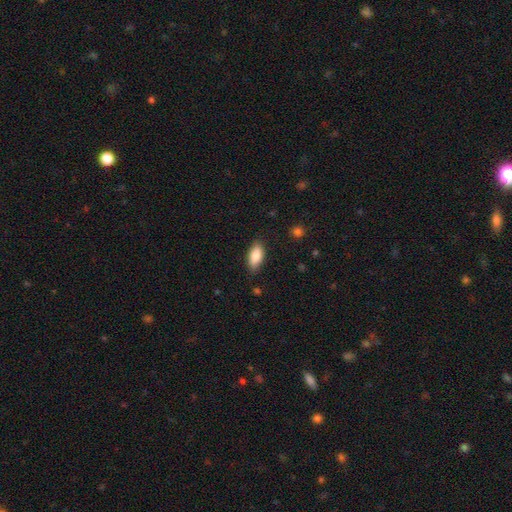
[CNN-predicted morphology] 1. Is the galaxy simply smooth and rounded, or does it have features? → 84% smooth, 10% featured or disk, 7% star or artifact.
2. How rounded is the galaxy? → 87% in between, 10% cigar-shaped, 3% round.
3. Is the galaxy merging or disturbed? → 84% none, 13% minor disturbance, 3% major disturbance, 1% merger.